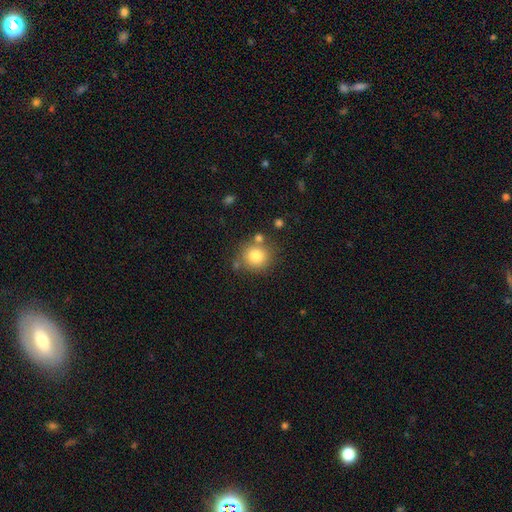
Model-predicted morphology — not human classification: This is clearly a smooth galaxy (81%). How rounded: clearly round (89%). Merging: likely none (73%).